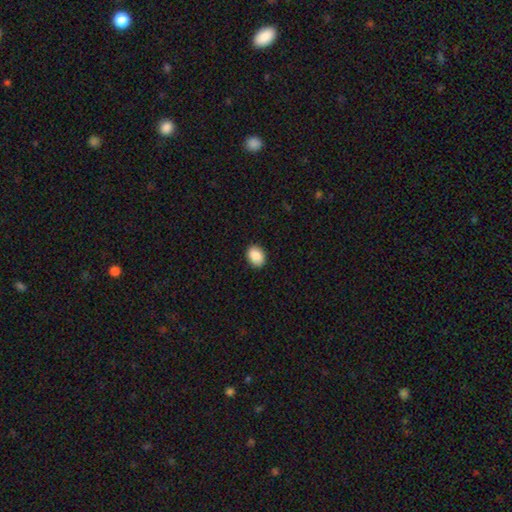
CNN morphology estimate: A smooth galaxy with no disk features (88%) that is in between round and cigar-shaped (64%).

Vote fractions:
- Smooth or featured? smooth: 88% / star or artifact: 8% / featured or disk: 5%
- How rounded? in between: 64% / round: 35% / cigar-shaped: 1%
- Merging? none: 88% / minor disturbance: 9% / major disturbance: 2% / merger: 1%